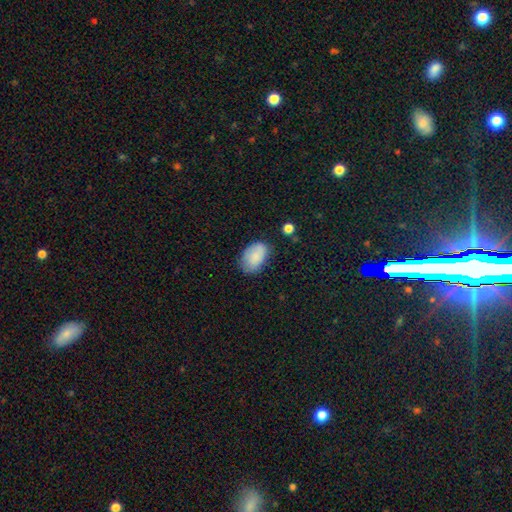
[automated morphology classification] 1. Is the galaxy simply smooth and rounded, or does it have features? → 84% smooth, 9% featured or disk, 7% star or artifact.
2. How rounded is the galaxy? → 91% in between, 8% round, 1% cigar-shaped.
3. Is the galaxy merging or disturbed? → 69% none, 23% minor disturbance, 6% major disturbance, 2% merger.